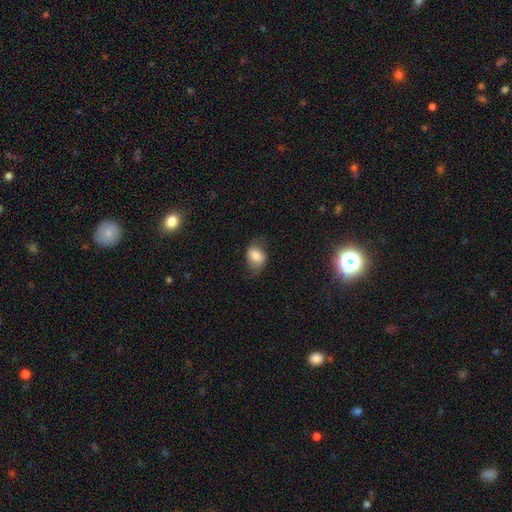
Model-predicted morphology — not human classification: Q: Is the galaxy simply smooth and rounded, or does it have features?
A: smooth — 67%.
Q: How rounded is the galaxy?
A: in between — 64%.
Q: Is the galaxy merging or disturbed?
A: none — 63%.